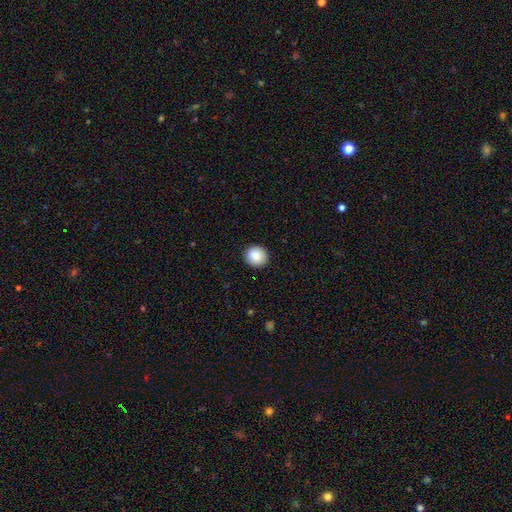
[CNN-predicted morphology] Smooth or featured? smooth (87%)
How rounded? round (87%)
Merging? none (91%)